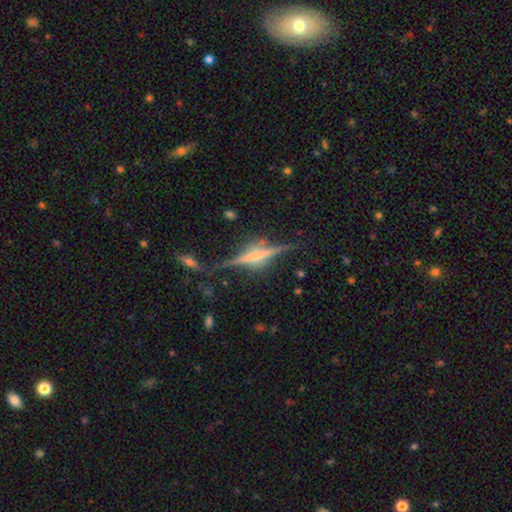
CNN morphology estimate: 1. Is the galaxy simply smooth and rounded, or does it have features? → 81% featured or disk, 10% smooth, 9% star or artifact.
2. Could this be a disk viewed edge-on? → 97% yes, 3% no.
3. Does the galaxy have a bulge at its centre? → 71% rounded, 16% boxy, 12% none.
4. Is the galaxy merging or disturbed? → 81% none, 12% minor disturbance, 4% major disturbance, 3% merger.